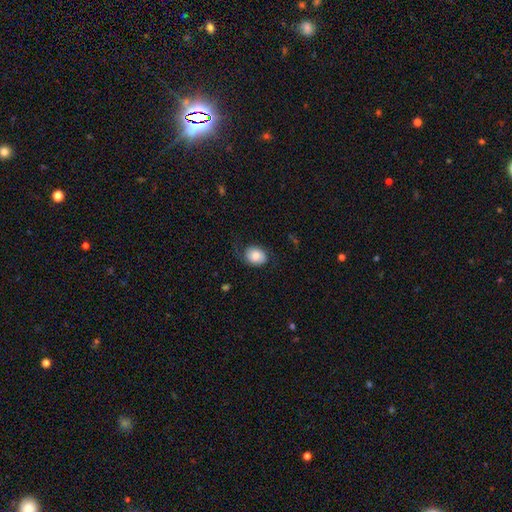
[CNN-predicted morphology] smooth_or_featured: smooth (p=0.72) [alt: featured or disk p=0.20]
how_rounded: in between (p=0.55) [alt: round p=0.44]
merging: none (p=0.63) [alt: minor disturbance p=0.24]